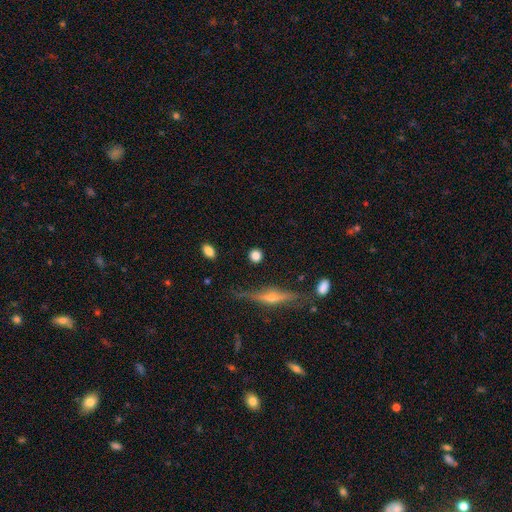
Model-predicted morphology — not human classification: smooth 79%, featured or disk 11%, star or artifact 10%. Down the decision tree: how rounded — round (83%); merging — none (86%).